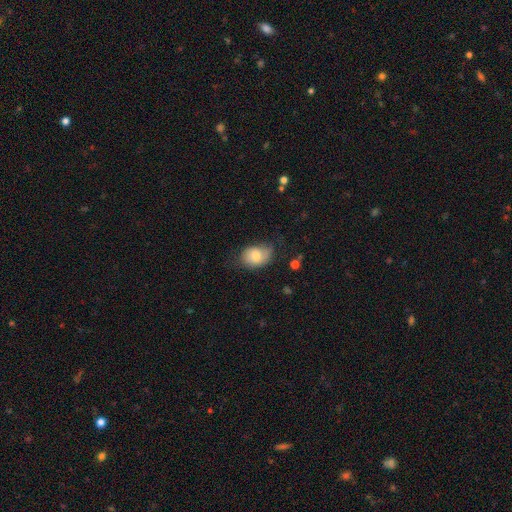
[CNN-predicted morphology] smooth-or-featured: smooth: 69% | featured or disk: 23% | star or artifact: 8%
  how-rounded: in between: 74% | round: 25% | cigar-shaped: 1%
  merging: none: 54% | minor disturbance: 33% | major disturbance: 11% | merger: 2%